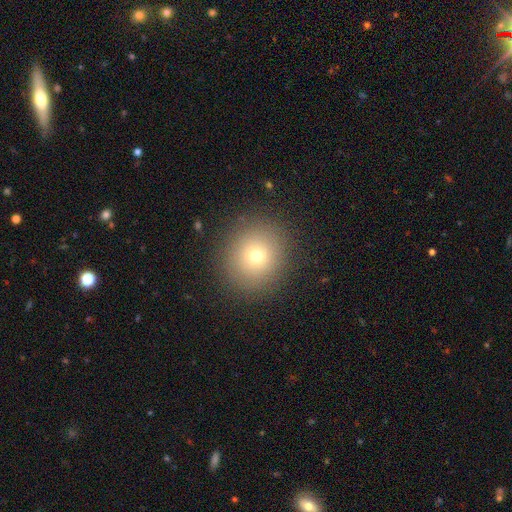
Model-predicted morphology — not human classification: Smooth or featured?
  - smooth: 72% *
  - star or artifact: 16%
  - featured or disk: 11%
How rounded?
  - round: 88% *
  - in between: 11%
  - cigar-shaped: 1%
Merging?
  - none: 89% *
  - minor disturbance: 7%
  - major disturbance: 3%
  - merger: 1%